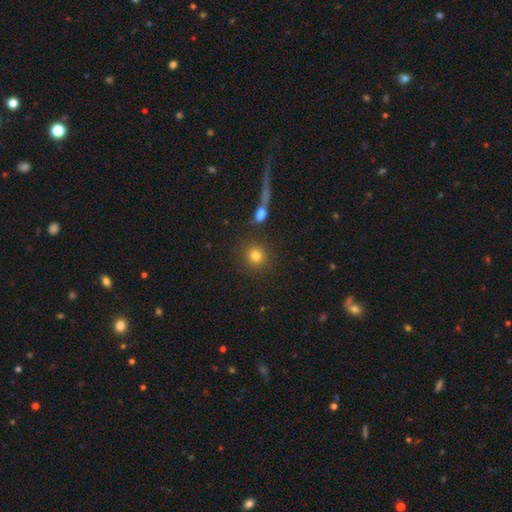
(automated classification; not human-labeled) Smooth or featured? Predicted: smooth (p=0.81). How rounded? Predicted: round (p=0.89). Merging? Predicted: none (p=0.85).